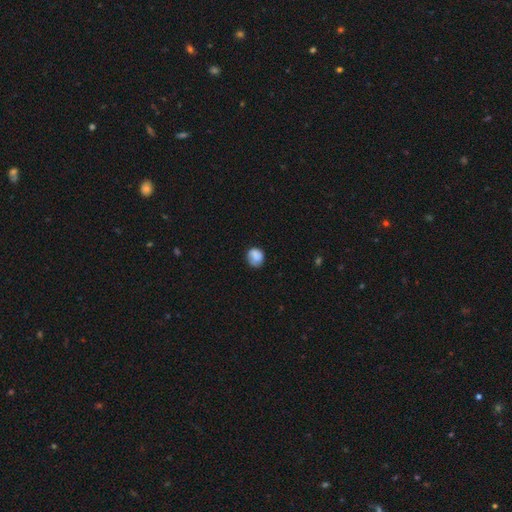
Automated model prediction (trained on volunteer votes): smooth_or_featured: smooth (p=0.80) [alt: featured or disk p=0.11]
how_rounded: round (p=0.79) [alt: in between p=0.20]
merging: none (p=0.67) [alt: minor disturbance p=0.24]